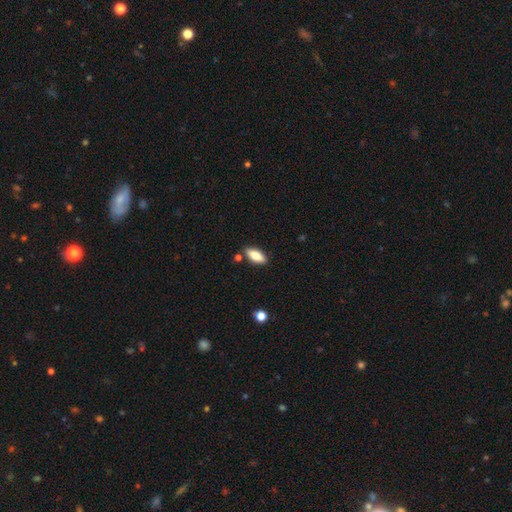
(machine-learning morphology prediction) Q: Smooth or featured?
A: smooth (78%); runner-up: featured or disk (16%)
Q: How rounded?
A: in between (80%); runner-up: cigar-shaped (18%)
Q: Merging?
A: none (84%); runner-up: minor disturbance (10%)